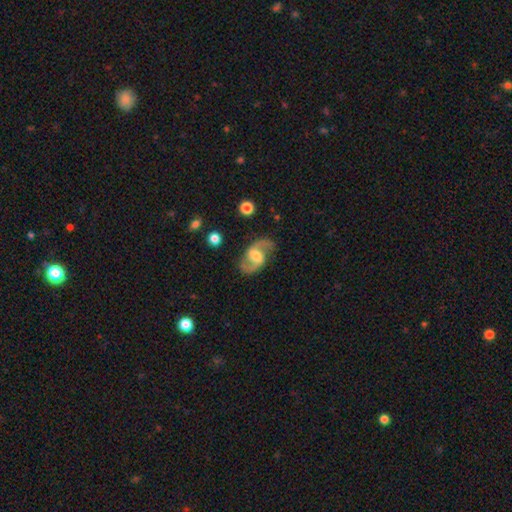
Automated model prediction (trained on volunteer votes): Smooth or featured? Predicted: featured or disk (p=0.82). Edge-on disk? Predicted: no (p=0.97). Bar? Predicted: weak (p=0.52). Spiral arms? Predicted: yes (p=0.93). Spiral winding? Predicted: medium (p=0.46). Spiral arm count? Predicted: 2 (p=0.92). Bulge size? Predicted: moderate (p=0.56). Merging? Predicted: none (p=0.79).